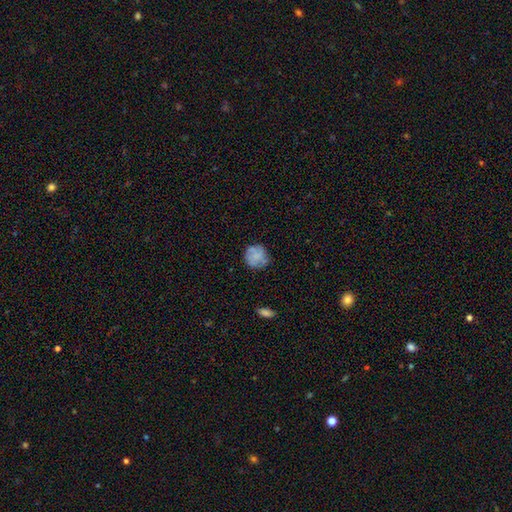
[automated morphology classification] smooth 66%, featured or disk 26%, star or artifact 9%. Down the decision tree: how rounded — round (87%); merging — none (72%).